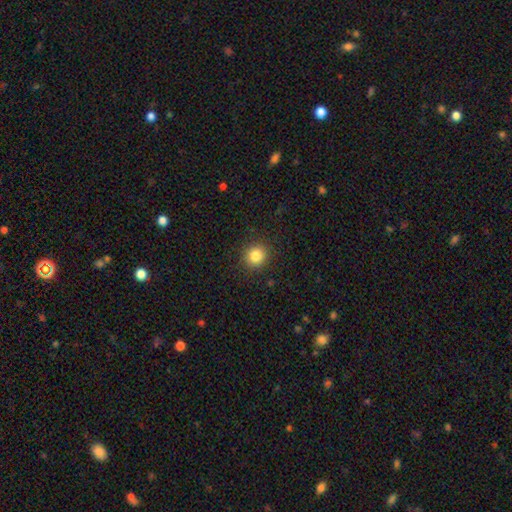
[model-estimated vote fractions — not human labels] smooth-or-featured: smooth: 84% | star or artifact: 11% | featured or disk: 5%
  how-rounded: round: 88% | in between: 11% | cigar-shaped: 1%
  merging: none: 91% | minor disturbance: 6% | major disturbance: 2% | merger: 1%